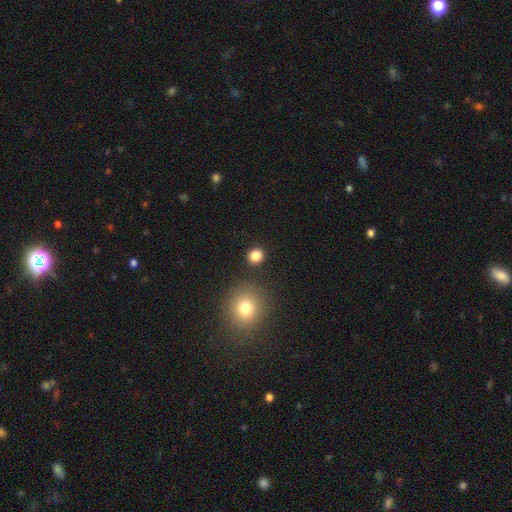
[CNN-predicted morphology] Overall: smooth (84%). How rounded: round (84%). Merging: none (87%).